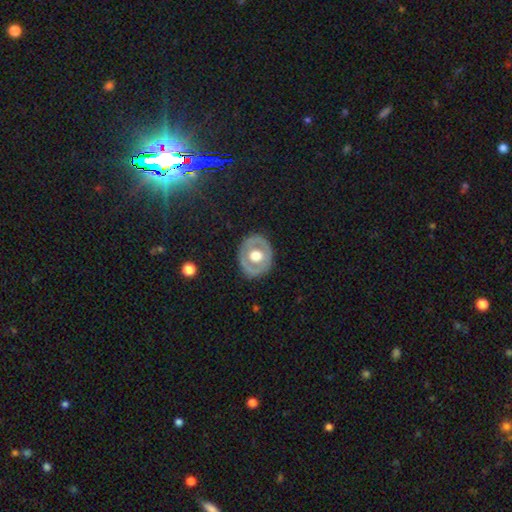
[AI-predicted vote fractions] Overall: featured or disk (59%; smooth 36%). Edge-on disk: no (93%). Bar: no (83%). Spiral arms: no (82%). Bulge size: large (50%; moderate 42%). Merging: none (83%).